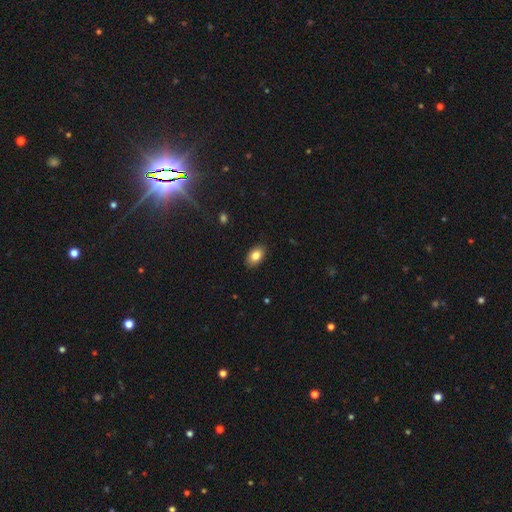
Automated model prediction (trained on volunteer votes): Smooth or featured? Predicted: smooth (p=0.82). How rounded? Predicted: in between (p=0.90). Merging? Predicted: none (p=0.88).